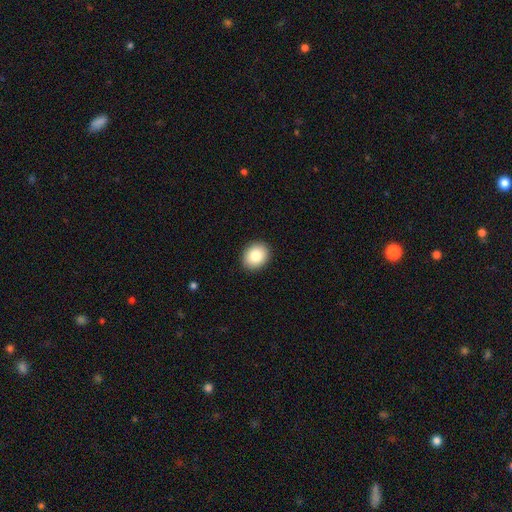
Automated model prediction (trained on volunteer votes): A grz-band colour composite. It shows a smooth galaxy with no disk features (84%) that is round (56%). Merging: none (91%).